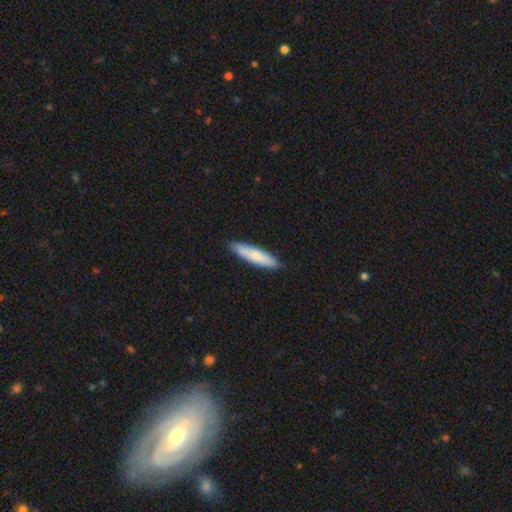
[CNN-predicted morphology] The model was most divided on "smooth or featured": smooth: 74%, featured or disk: 20%, star or artifact: 5%. More confident: merging — none (87%); how rounded — cigar-shaped (80%).